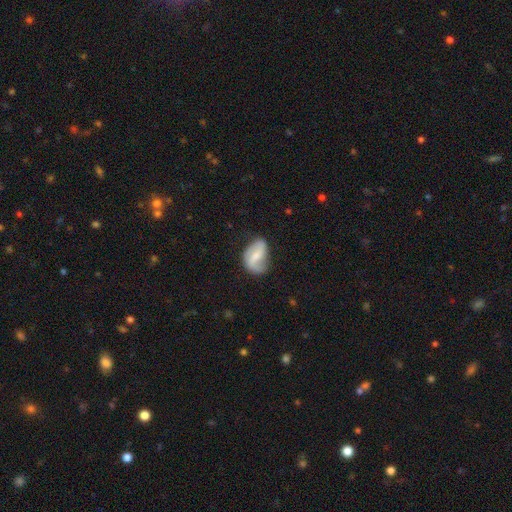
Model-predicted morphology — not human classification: Smooth or featured? featured or disk (61%)
Edge-on disk? no (97%)
Bar? weak (46%)
Spiral arms? yes (83%)
Bulge size? small (48%)
Merging? none (51%)